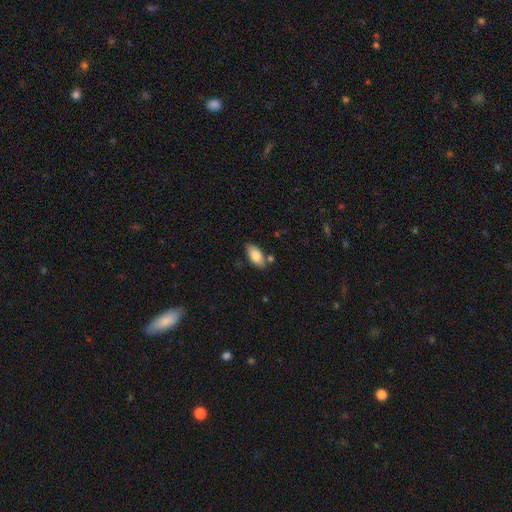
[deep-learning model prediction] Smooth or featured: smooth — 80% (featured or disk — 13%)
How rounded: in between — 92% (cigar-shaped — 6%)
Merging: none — 76% (minor disturbance — 14%)